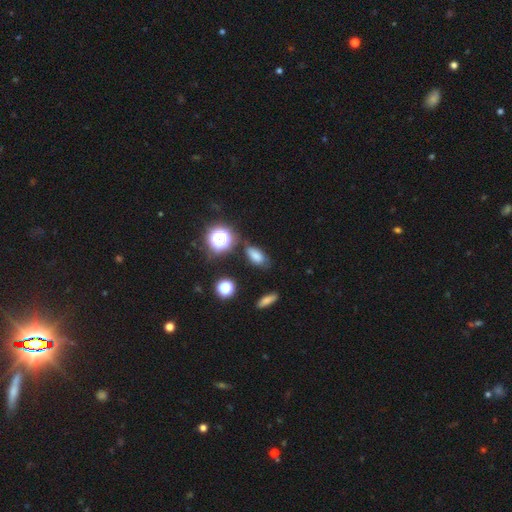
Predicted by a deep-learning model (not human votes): Smooth or featured? smooth (72%)
How rounded? in between (81%)
Merging? none (71%)